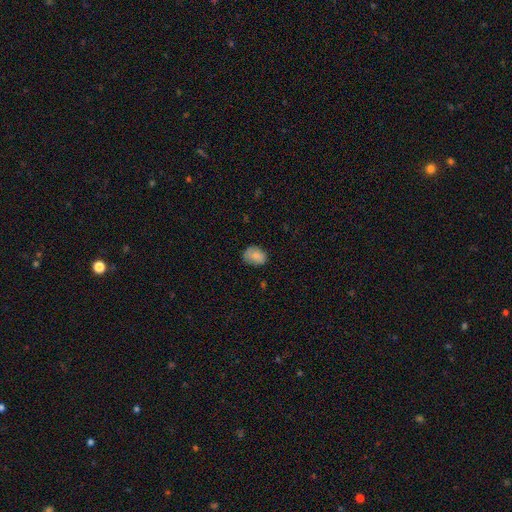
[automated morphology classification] smooth_or_featured: smooth (p=0.85) [alt: star or artifact p=0.08]
how_rounded: in between (p=0.72) [alt: round p=0.27]
merging: none (p=0.69) [alt: minor disturbance p=0.25]